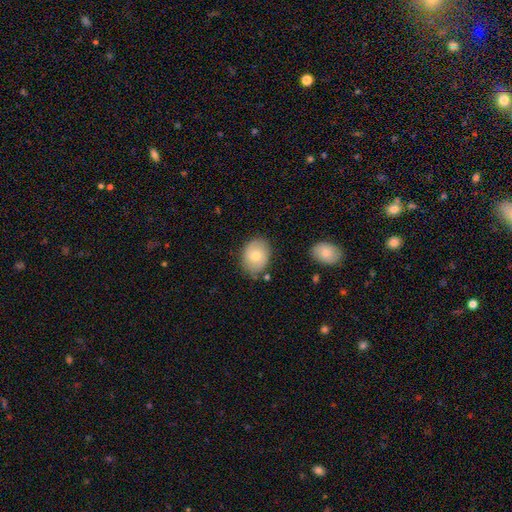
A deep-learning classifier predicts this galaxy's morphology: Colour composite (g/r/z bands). It shows a smooth galaxy with no disk features (71%) that is in between round and cigar-shaped (56%). Merging: none (75%).